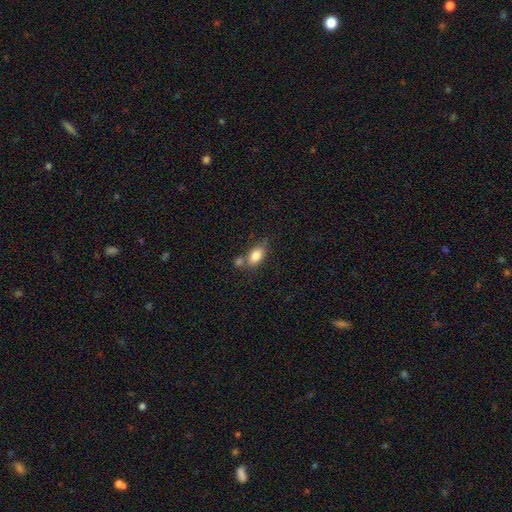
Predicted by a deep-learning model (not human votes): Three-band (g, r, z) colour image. It shows a smooth galaxy with no disk features (83%) that is in between round and cigar-shaped (86%). Merging: none (51%).